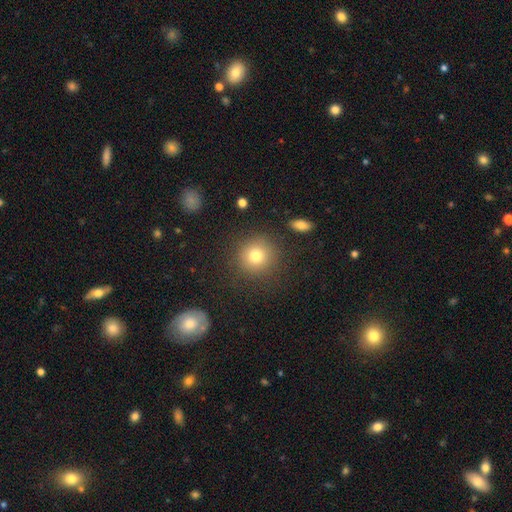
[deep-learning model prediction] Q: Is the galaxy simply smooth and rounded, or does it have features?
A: smooth — 79%.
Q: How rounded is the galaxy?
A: round — 92%.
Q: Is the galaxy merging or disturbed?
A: none — 86%.